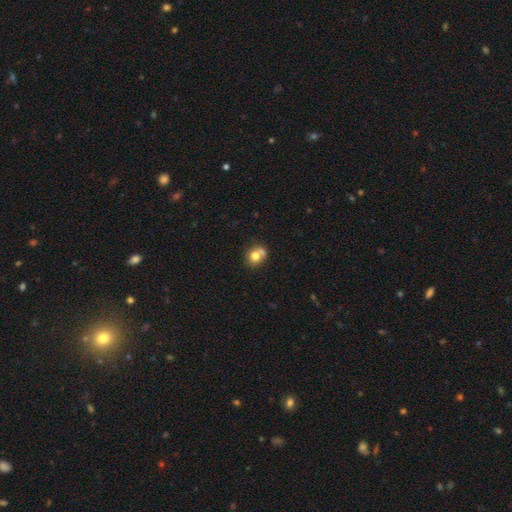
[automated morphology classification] smooth-or-featured: smooth: 75% | featured or disk: 14% | star or artifact: 10%
  how-rounded: round: 70% | in between: 29% | cigar-shaped: 1%
  merging: none: 48% | merger: 30% | minor disturbance: 17% | major disturbance: 6%